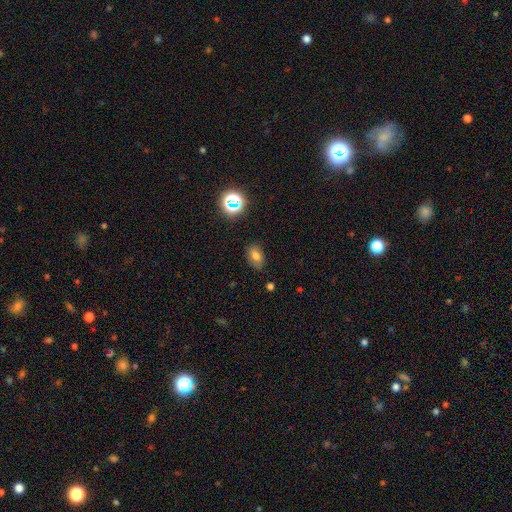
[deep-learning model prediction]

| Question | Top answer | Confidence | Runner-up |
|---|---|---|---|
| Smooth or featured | smooth | 73% | star or artifact (16%) |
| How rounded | in between | 84% | round (14%) |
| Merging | none | 82% | minor disturbance (13%) |